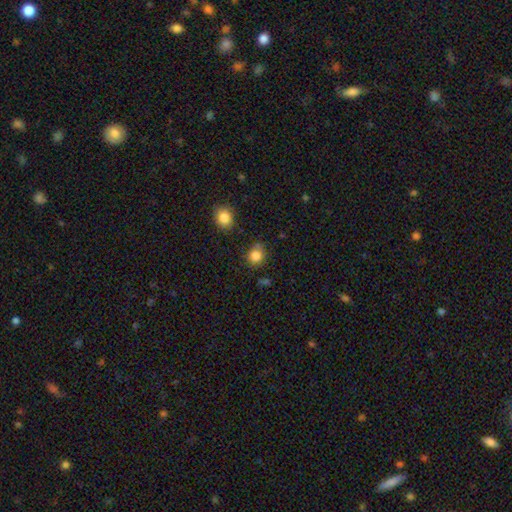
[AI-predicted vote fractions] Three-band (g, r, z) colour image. It shows a smooth galaxy with no disk features (84%) that is round (82%). Merging: none (77%).